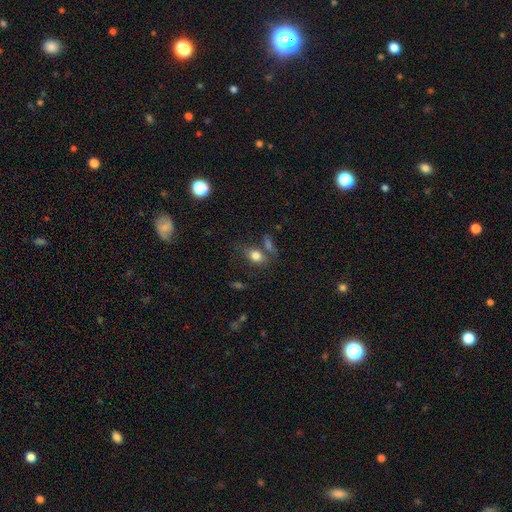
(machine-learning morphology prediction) smooth-or-featured: smooth: 80% | featured or disk: 11% | star or artifact: 9%
  how-rounded: in between: 79% | round: 17% | cigar-shaped: 3%
  merging: none: 58% | merger: 18% | minor disturbance: 17% | major disturbance: 7%